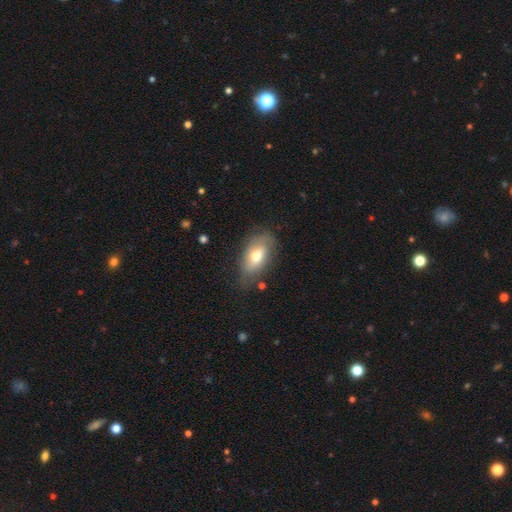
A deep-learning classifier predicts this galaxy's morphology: type=smooth (66%); roundness=in between (89%); merging=none (68%).